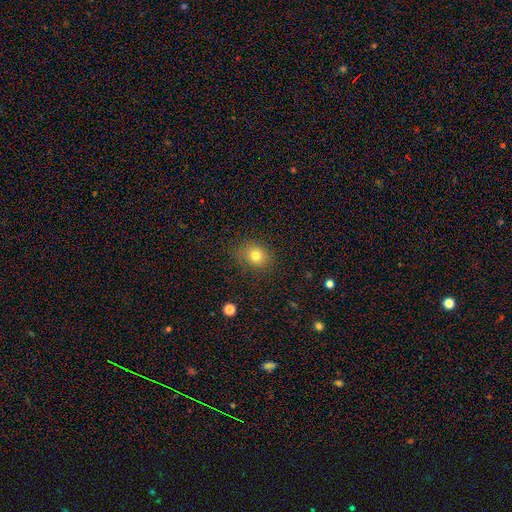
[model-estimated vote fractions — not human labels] A smooth galaxy with no disk features (78%) that is round (62%).

Vote fractions:
- Smooth or featured? smooth: 78% / star or artifact: 13% / featured or disk: 9%
- How rounded? round: 62% / in between: 37% / cigar-shaped: 1%
- Merging? none: 82% / minor disturbance: 12% / major disturbance: 4% / merger: 1%